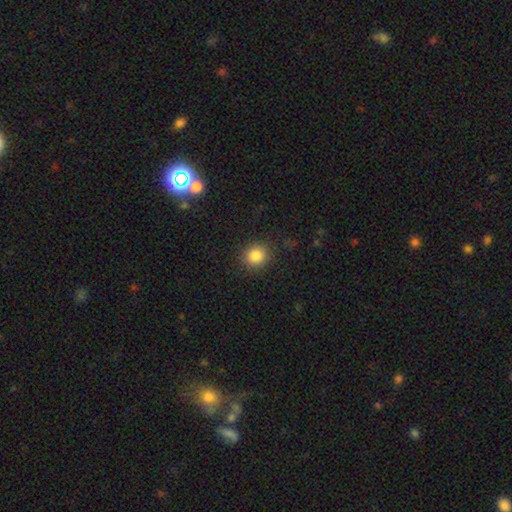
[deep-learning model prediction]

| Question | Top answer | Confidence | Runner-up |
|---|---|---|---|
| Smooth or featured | smooth | 85% | star or artifact (10%) |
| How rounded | round | 83% | in between (16%) |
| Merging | none | 88% | minor disturbance (8%) |